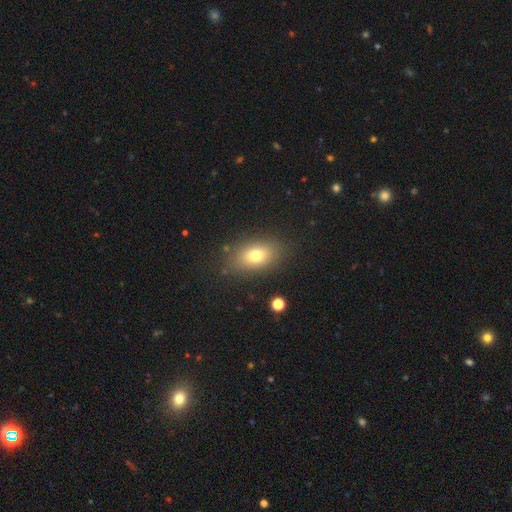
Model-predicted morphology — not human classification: Q: Smooth or featured?
A: smooth (74%); runner-up: featured or disk (15%)
Q: How rounded?
A: in between (82%); runner-up: round (15%)
Q: Merging?
A: none (84%); runner-up: minor disturbance (10%)